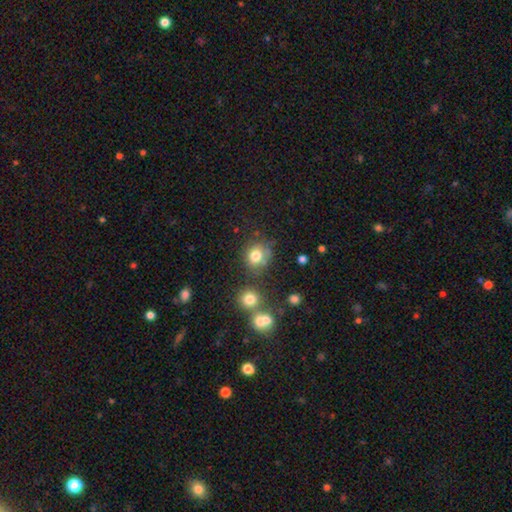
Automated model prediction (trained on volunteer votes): Smooth or featured: smooth — 78% (star or artifact — 13%)
How rounded: round — 78% (in between — 21%)
Merging: none — 65% (minor disturbance — 17%)